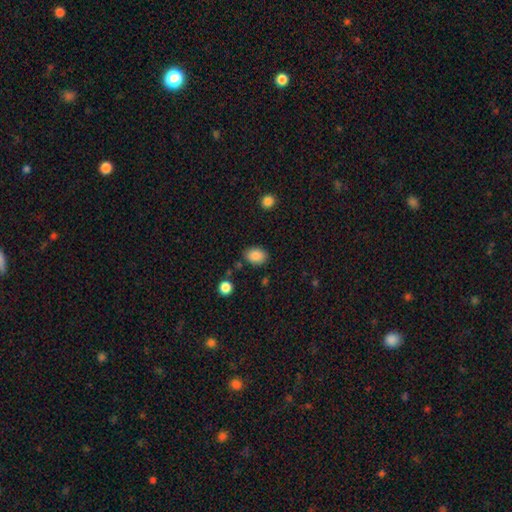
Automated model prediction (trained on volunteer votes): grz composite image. It shows a smooth galaxy with no disk features (87%) that is in between round and cigar-shaped (68%). Merging: none (82%).